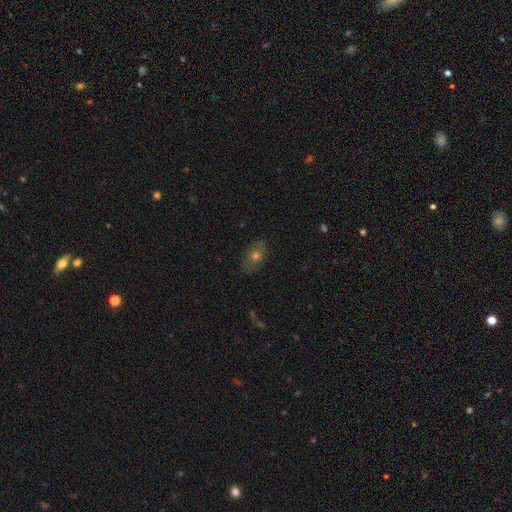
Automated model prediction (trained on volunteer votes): A smooth galaxy with no disk features (53%) that is in between round and cigar-shaped (81%).

Vote fractions:
- Smooth or featured? smooth: 53% / featured or disk: 30% / star or artifact: 16%
- How rounded? in between: 81% / round: 17% / cigar-shaped: 3%
- Merging? none: 80% / minor disturbance: 15% / major disturbance: 4% / merger: 1%